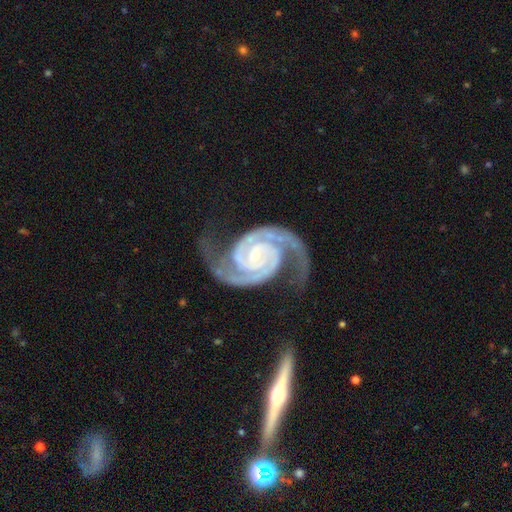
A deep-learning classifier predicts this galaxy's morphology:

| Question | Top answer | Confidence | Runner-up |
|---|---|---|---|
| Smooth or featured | featured or disk | 95% | star or artifact (3%) |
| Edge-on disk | no | 98% | yes (2%) |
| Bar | no | 59% | weak (26%) |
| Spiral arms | yes | 99% | no (1%) |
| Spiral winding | tight | 58% | medium (37%) |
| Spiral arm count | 2 | 94% | 3 (2%) |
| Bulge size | small | 78% | moderate (15%) |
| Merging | none | 73% | minor disturbance (17%) |